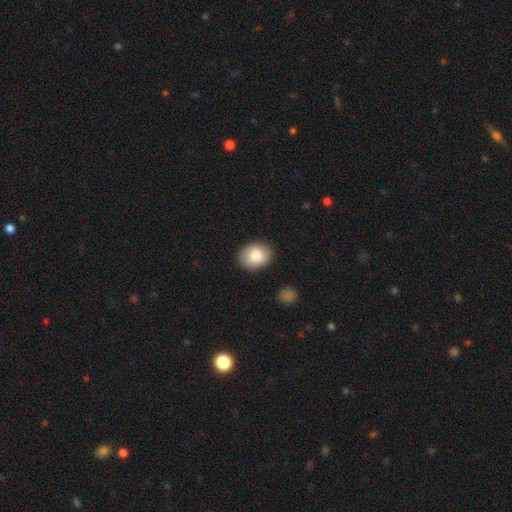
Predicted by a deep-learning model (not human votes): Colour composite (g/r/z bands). It shows a smooth galaxy with no disk features (85%) that is in between round and cigar-shaped (58%). Merging: none (87%).